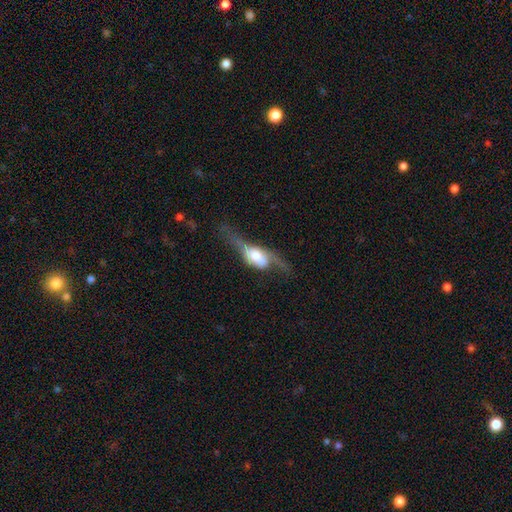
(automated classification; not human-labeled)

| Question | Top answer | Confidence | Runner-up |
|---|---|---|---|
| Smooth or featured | featured or disk | 67% | smooth (26%) |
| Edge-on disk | yes | 52% | no (48%) |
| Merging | major disturbance | 39% | none (33%) |